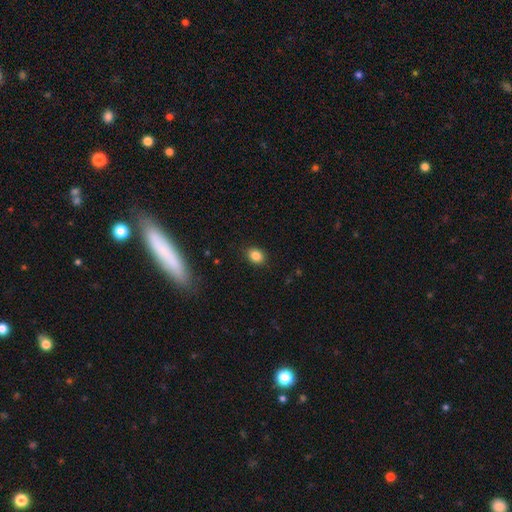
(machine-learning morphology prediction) Smooth or featured? smooth (84%)
How rounded? in between (50%)
Merging? none (88%)